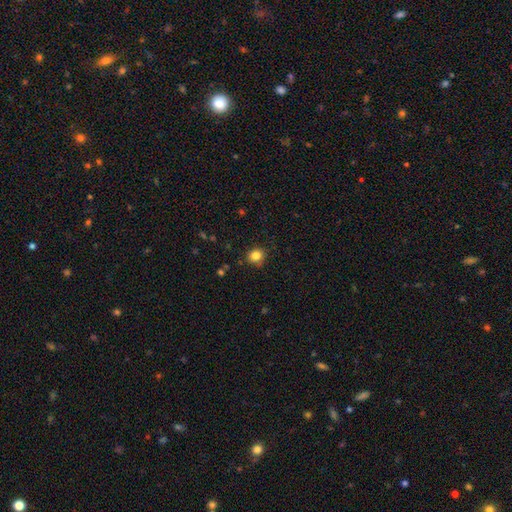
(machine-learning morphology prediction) This appears to be a smooth galaxy with no disk features (83%) that is round (79%). Merging: none (84%).